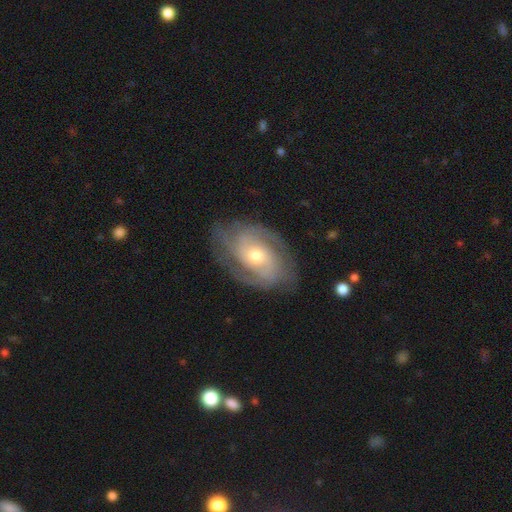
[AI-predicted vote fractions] This is clearly a featured or disk galaxy (86%). It is clearly not viewed edge-on (96%). Bar: likely no (66%). Spiral arm pattern: clearly yes (95%). Spiral arm count: possibly 2 (46%). Spiral winding: possibly tight (55%). Central bulge: likely moderate (64%). Merging: likely none (76%).